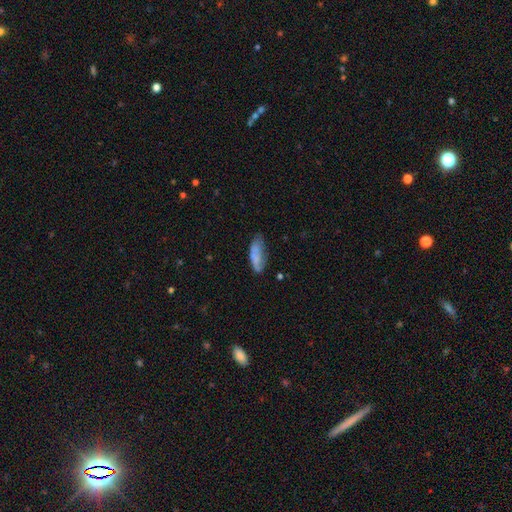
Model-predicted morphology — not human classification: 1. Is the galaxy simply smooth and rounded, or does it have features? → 69% smooth, 23% featured or disk, 8% star or artifact.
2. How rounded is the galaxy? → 65% in between, 32% cigar-shaped, 2% round.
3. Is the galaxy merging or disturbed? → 49% none, 32% minor disturbance, 14% major disturbance, 5% merger.